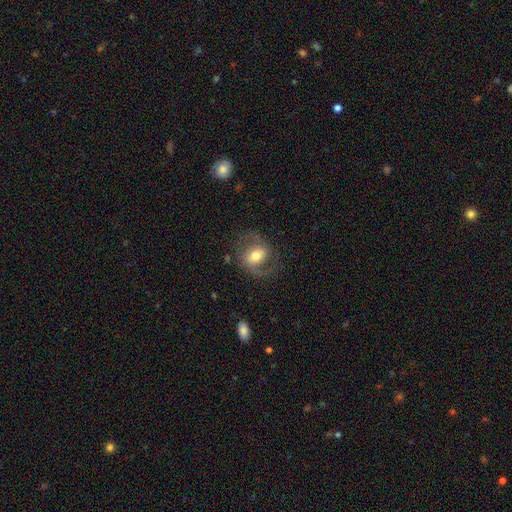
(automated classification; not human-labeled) smooth-or-featured: featured or disk: 59% | smooth: 33% | star or artifact: 8%
  disk-edge-on: no: 96% | yes: 4%
    bar: weak: 43% | no: 31% | strong: 26%
    has-spiral-arms: yes: 81% | no: 19%
    bulge-size: moderate: 65% | large: 19% | small: 13% | dominant: 2% | none: 1%
  merging: none: 68% | minor disturbance: 17% | major disturbance: 13% | merger: 2%